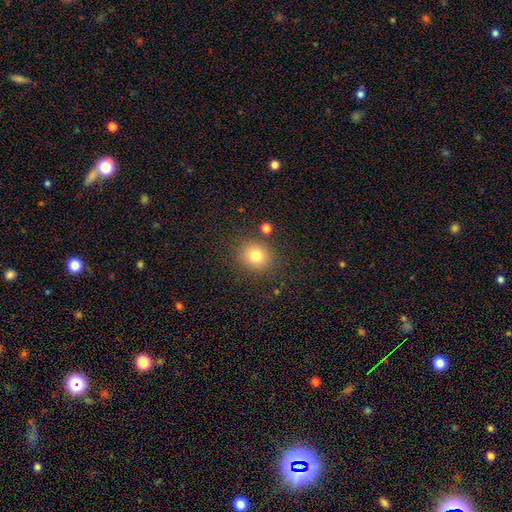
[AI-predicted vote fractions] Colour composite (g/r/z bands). It shows a smooth galaxy with no disk features (79%) that is round (81%). Merging: none (84%).